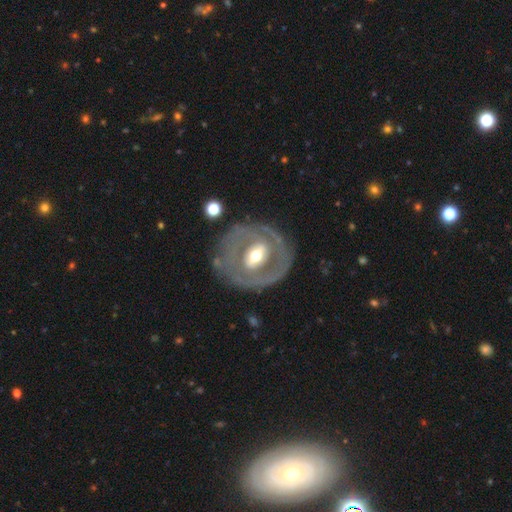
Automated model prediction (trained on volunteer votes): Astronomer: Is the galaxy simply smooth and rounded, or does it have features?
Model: featured or disk — 70%.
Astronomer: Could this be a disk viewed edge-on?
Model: no — 94%.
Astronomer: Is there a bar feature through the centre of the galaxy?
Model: weak — 36% (runner-up: no, 33%).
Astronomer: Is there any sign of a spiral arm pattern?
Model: no — 66%.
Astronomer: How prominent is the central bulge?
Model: moderate — 68%.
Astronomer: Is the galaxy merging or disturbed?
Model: none — 73%.